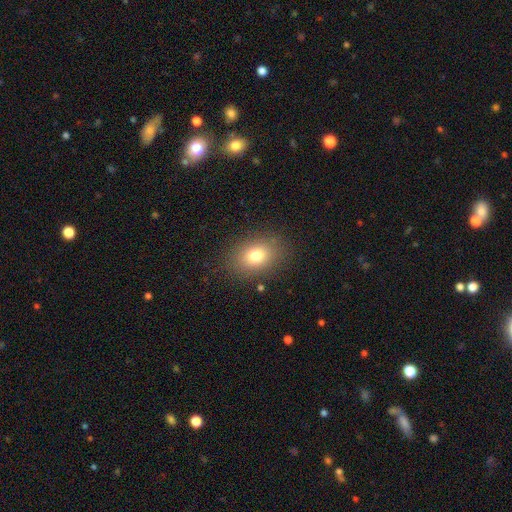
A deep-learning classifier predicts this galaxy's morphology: A smooth galaxy with no disk features (77%) that is in between round and cigar-shaped (71%). Merging: none (85%).